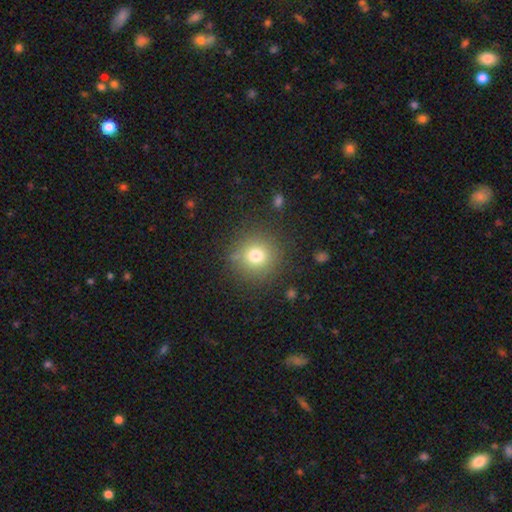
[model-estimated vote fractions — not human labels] Smooth or featured: smooth — 75% (star or artifact — 15%)
How rounded: round — 93% (in between — 6%)
Merging: none — 86% (minor disturbance — 8%)